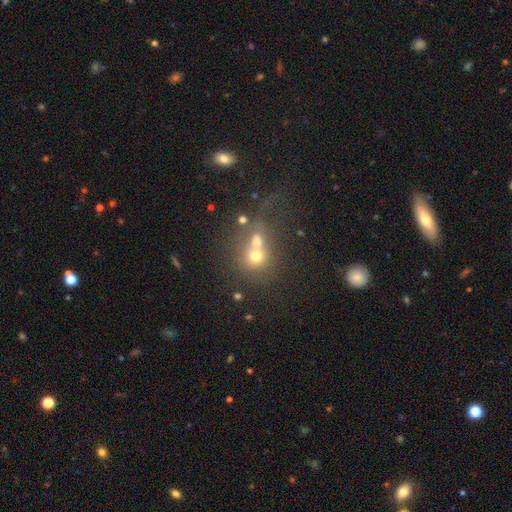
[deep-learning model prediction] Overall: smooth (58%; featured or disk 25%). How rounded: round (77%). Merging: merger (62%; none 25%).